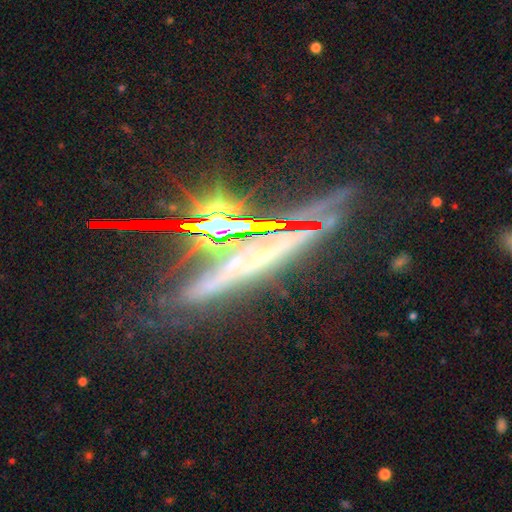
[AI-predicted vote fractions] Smooth or featured? featured or disk (52%)
Edge-on disk? yes (81%)
Merging? none (68%)